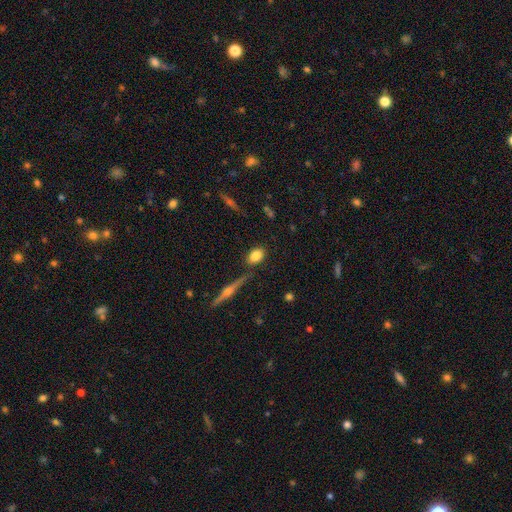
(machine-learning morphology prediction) A smooth galaxy with no disk features (79%) that is in between round and cigar-shaped (76%).

Vote fractions:
- Smooth or featured? smooth: 79% / featured or disk: 13% / star or artifact: 8%
- How rounded? in between: 76% / round: 21% / cigar-shaped: 4%
- Merging? none: 77% / minor disturbance: 12% / merger: 7% / major disturbance: 4%